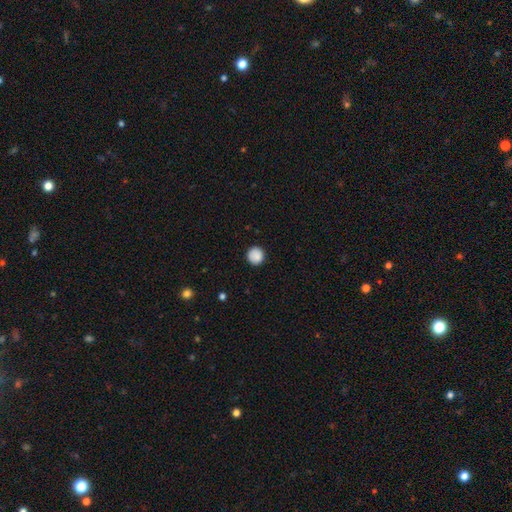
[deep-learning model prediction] smooth_or_featured: smooth (p=0.88) [alt: star or artifact p=0.09]
how_rounded: round (p=0.94) [alt: in between p=0.05]
merging: none (p=0.90) [alt: minor disturbance p=0.07]